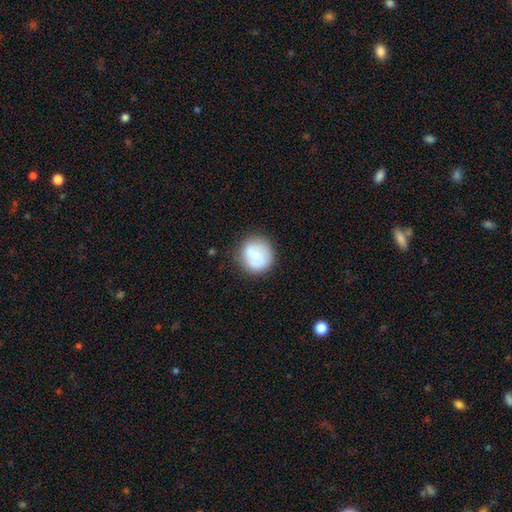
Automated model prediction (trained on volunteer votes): A smooth galaxy with no disk features (68%) that is round (88%).

Vote fractions:
- Smooth or featured? smooth: 68% / featured or disk: 25% / star or artifact: 7%
- How rounded? round: 88% / in between: 11% / cigar-shaped: 1%
- Merging? none: 74% / minor disturbance: 17% / major disturbance: 6% / merger: 3%